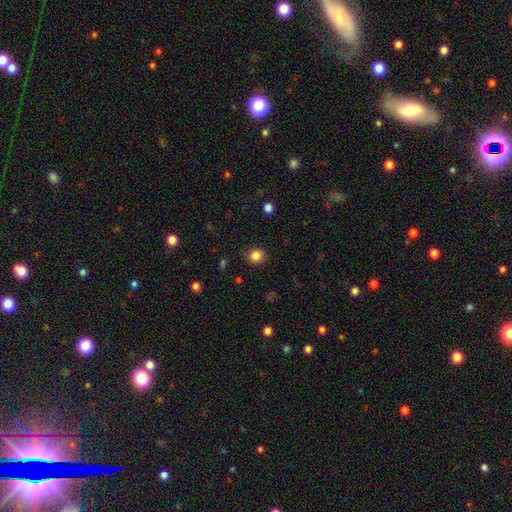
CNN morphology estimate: A smooth galaxy with no disk features (84%) that is round (81%). Merging: none (88%).